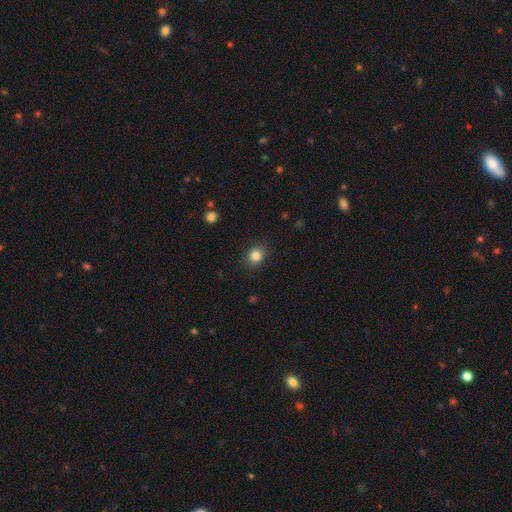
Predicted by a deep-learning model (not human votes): smooth 84%, star or artifact 11%, featured or disk 5%. Down the decision tree: how rounded — round (75%); merging — none (88%).